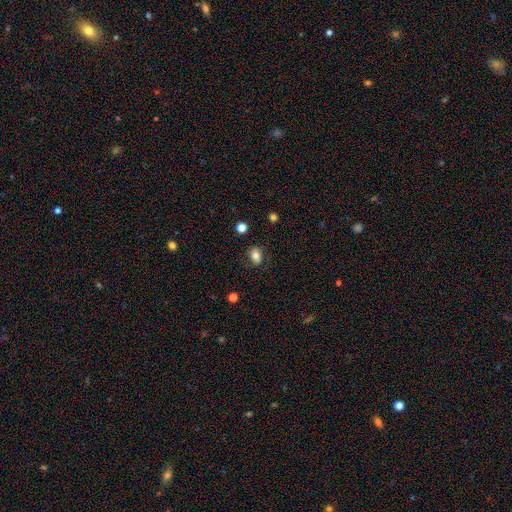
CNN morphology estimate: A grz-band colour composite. It shows a smooth galaxy with no disk features (75%) that is in between round and cigar-shaped (67%). Merging: none (78%).